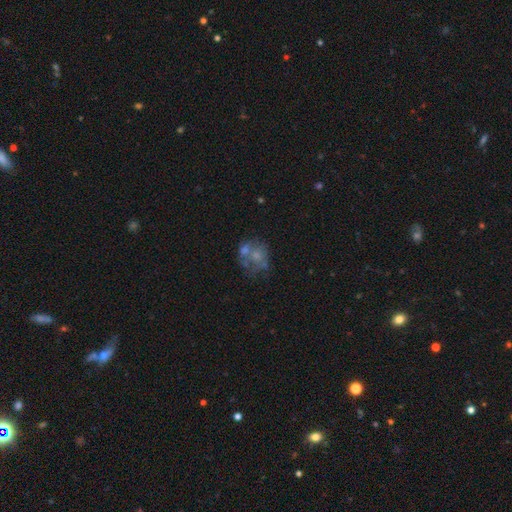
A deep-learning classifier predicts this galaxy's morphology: The model was most divided on "merging": merger: 36%, none: 31%, major disturbance: 17%, minor disturbance: 15%. Remaining: smooth or featured — featured or disk (48%).